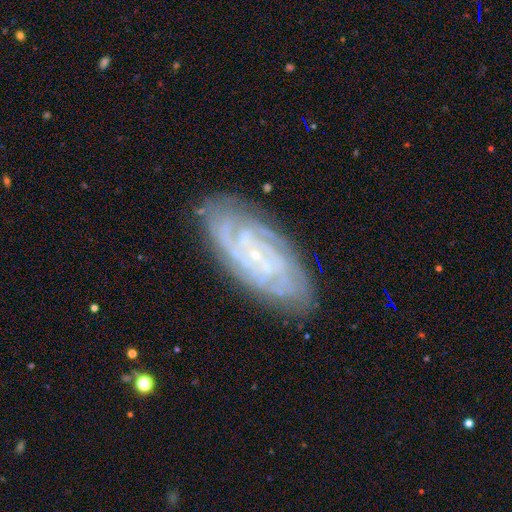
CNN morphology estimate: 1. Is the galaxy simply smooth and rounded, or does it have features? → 86% featured or disk, 7% smooth, 7% star or artifact.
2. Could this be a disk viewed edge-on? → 94% no, 6% yes.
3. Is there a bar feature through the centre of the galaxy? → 69% no, 24% weak, 8% strong.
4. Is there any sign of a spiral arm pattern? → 97% yes, 3% no.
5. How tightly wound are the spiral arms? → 76% tight, 21% medium, 3% loose.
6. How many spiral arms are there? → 24% 4, 22% can't tell, 21% 3, 16% 2, 10% more than 4, 7% 1.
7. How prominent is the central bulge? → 86% small, 9% moderate, 3% none, 1% large, 1% dominant.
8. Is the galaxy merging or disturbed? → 82% none, 13% minor disturbance, 4% major disturbance, 1% merger.